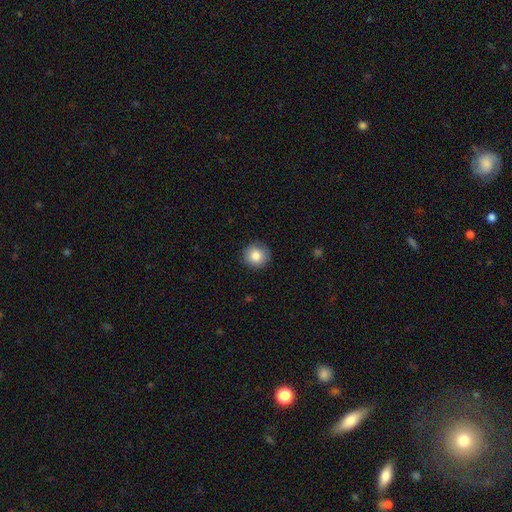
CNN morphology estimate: A smooth galaxy with no disk features (84%) that is round (94%). Merging: none (91%).